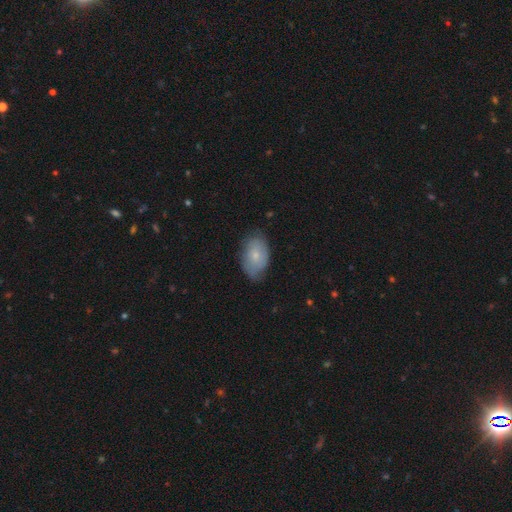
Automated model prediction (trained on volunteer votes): This is likely a smooth galaxy (65%). How rounded: clearly in between (89%). Merging: likely none (65%).